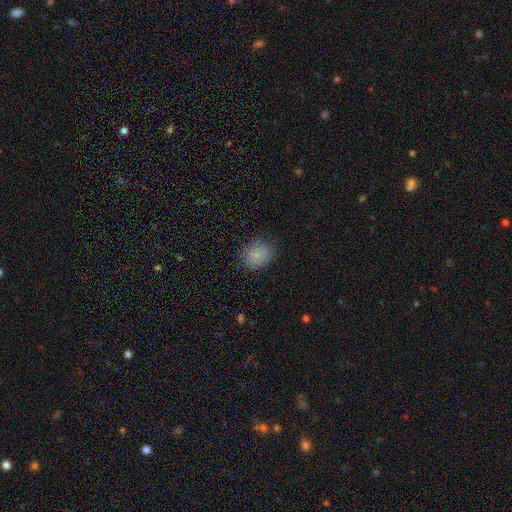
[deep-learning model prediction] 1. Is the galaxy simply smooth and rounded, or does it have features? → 83% smooth, 10% star or artifact, 7% featured or disk.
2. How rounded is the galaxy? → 62% round, 37% in between, 1% cigar-shaped.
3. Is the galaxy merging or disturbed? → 81% none, 14% minor disturbance, 4% major disturbance, 1% merger.